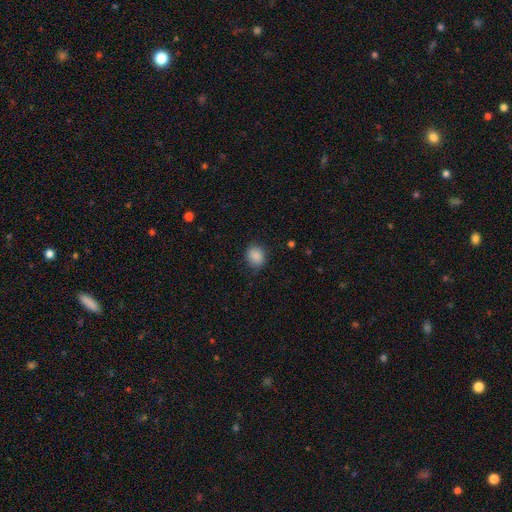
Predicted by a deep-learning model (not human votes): The model was most divided on "how rounded": round: 55%, in between: 44%, cigar-shaped: 1%. More confident: smooth or featured — smooth (88%); merging — none (82%).